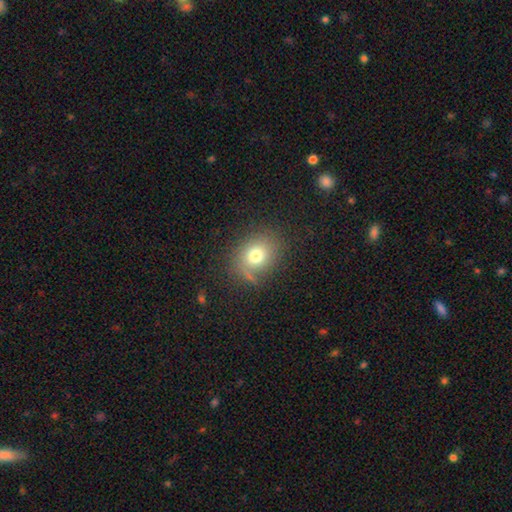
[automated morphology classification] This appears to be a smooth galaxy with no disk features (72%) that is round (56%). Merging: none (75%).